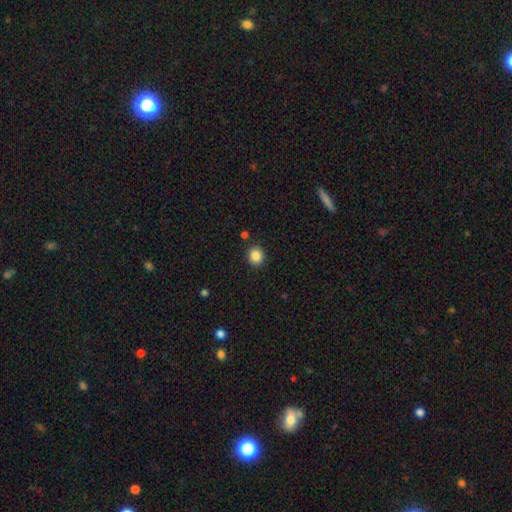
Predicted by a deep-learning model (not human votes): This is clearly a smooth galaxy (86%). How rounded: likely round (75%). Merging: clearly none (89%).